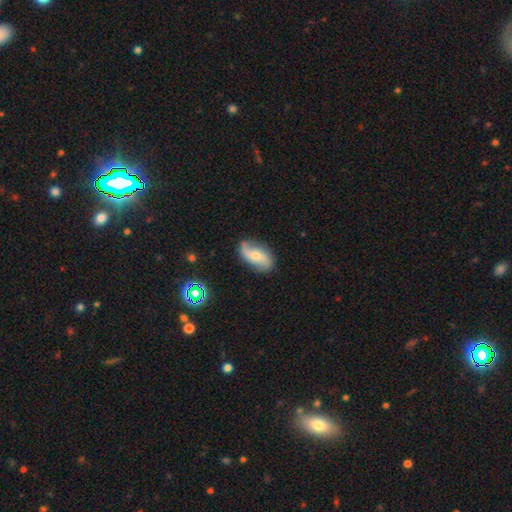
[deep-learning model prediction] Smooth or featured? Predicted: featured or disk (p=0.69). Edge-on disk? Predicted: no (p=0.94). Bar? Predicted: no (p=0.56). Spiral arms? Predicted: yes (p=0.91). Spiral winding? Predicted: loose (p=0.68). Spiral arm count? Predicted: 2 (p=0.86). Bulge size? Predicted: small (p=0.50). Merging? Predicted: none (p=0.76).